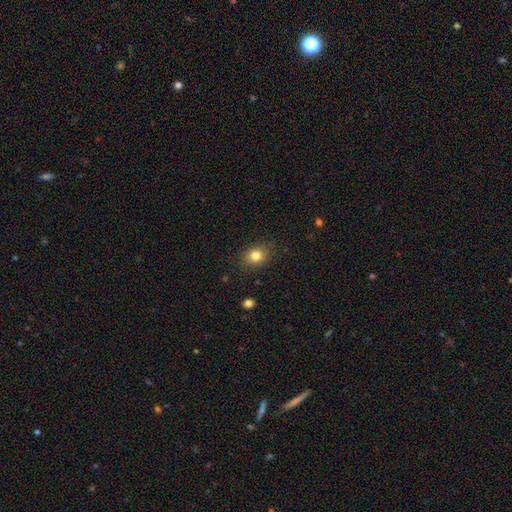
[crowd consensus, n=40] smooth_or_featured: smooth (p=0.78) [alt: featured or disk p=0.12]
how_rounded: round (p=0.52) [alt: in between p=0.48]
merging: none (p=0.89) [alt: minor disturbance p=0.11]